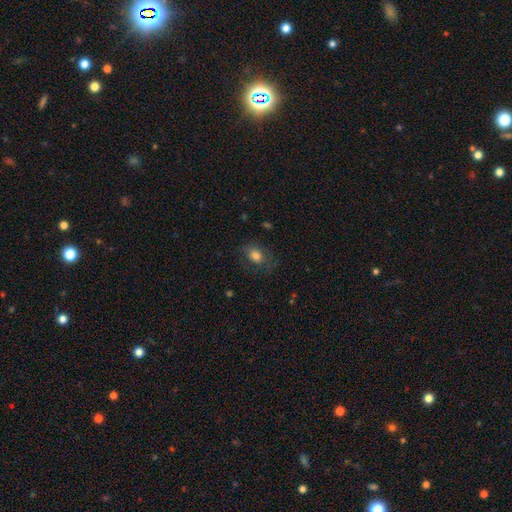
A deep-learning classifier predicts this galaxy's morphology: Smooth or featured? Predicted: smooth (p=0.77). How rounded? Predicted: in between (p=0.69). Merging? Predicted: none (p=0.69).